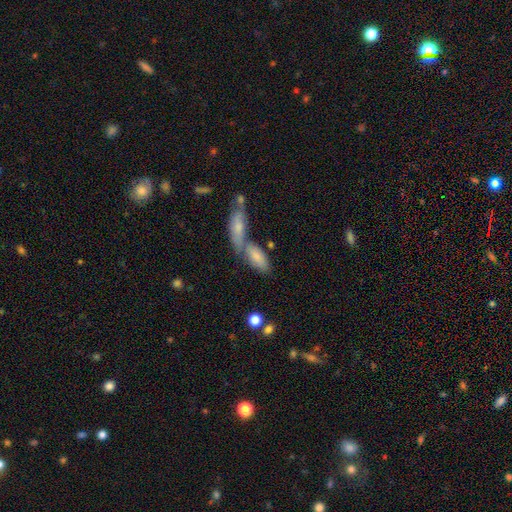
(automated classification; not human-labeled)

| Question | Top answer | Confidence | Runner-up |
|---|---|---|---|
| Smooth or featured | smooth | 75% | featured or disk (17%) |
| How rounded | in between | 76% | cigar-shaped (21%) |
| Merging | merger | 52% | none (34%) |